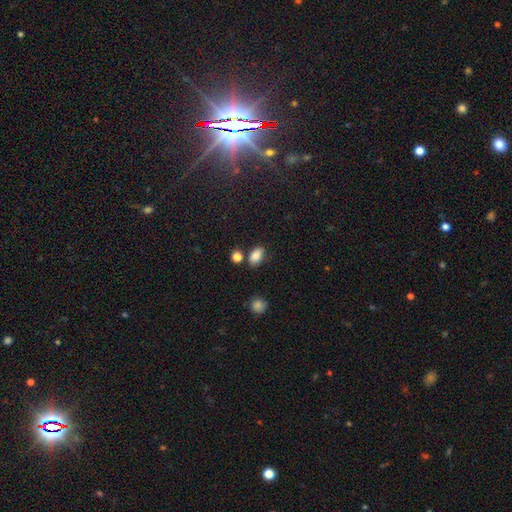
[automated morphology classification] This appears to be a smooth galaxy with no disk features (86%) that is in between round and cigar-shaped (87%). Merging: none (76%).